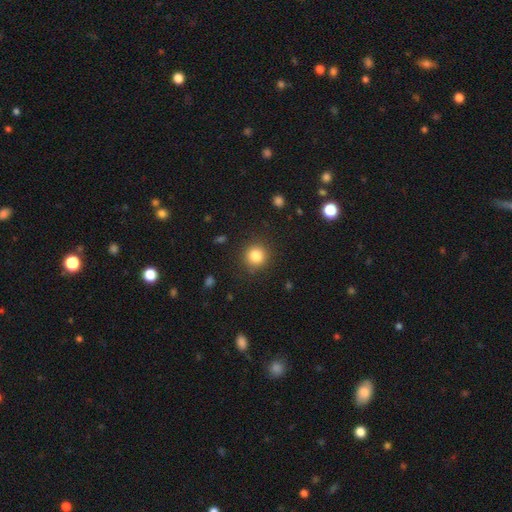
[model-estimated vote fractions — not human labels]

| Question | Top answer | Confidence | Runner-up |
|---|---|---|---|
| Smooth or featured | smooth | 83% | star or artifact (11%) |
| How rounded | round | 92% | in between (7%) |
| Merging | none | 88% | minor disturbance (8%) |